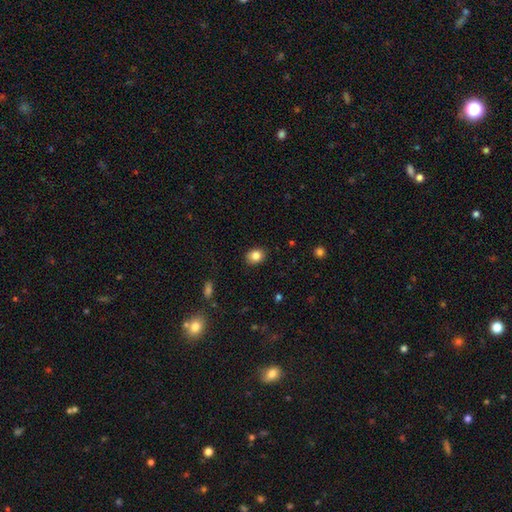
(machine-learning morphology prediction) smooth-or-featured: smooth: 84% | star or artifact: 9% | featured or disk: 6%
  how-rounded: in between: 56% | round: 43% | cigar-shaped: 1%
  merging: none: 88% | minor disturbance: 9% | major disturbance: 2% | merger: 1%